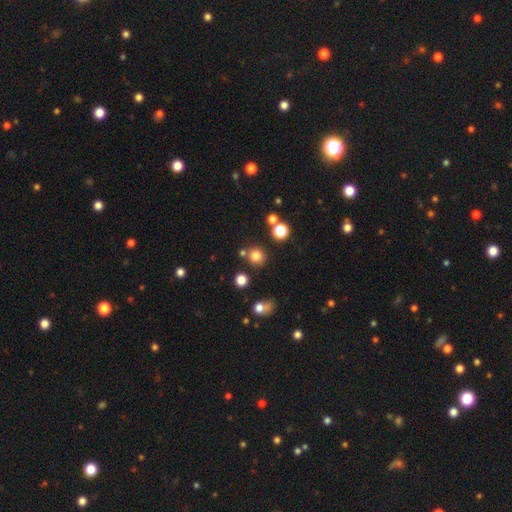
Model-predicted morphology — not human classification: type=smooth (78%); roundness=round (89%); merging=none (77%).